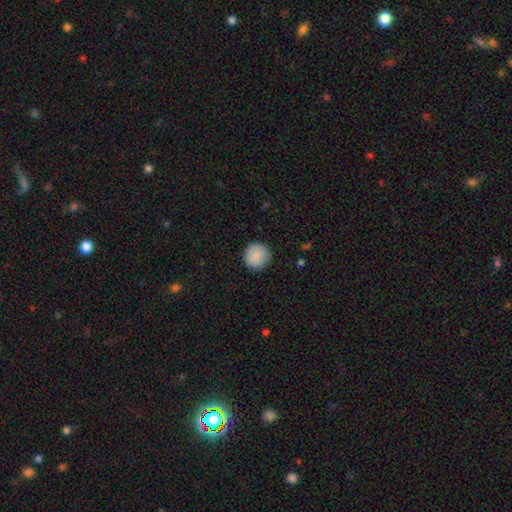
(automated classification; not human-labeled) A smooth galaxy with no disk features (89%) that is round (95%).

Vote fractions:
- Smooth or featured? smooth: 89% / star or artifact: 7% / featured or disk: 4%
- How rounded? round: 95% / in between: 5% / cigar-shaped: 1%
- Merging? none: 89% / minor disturbance: 8% / major disturbance: 2% / merger: 1%